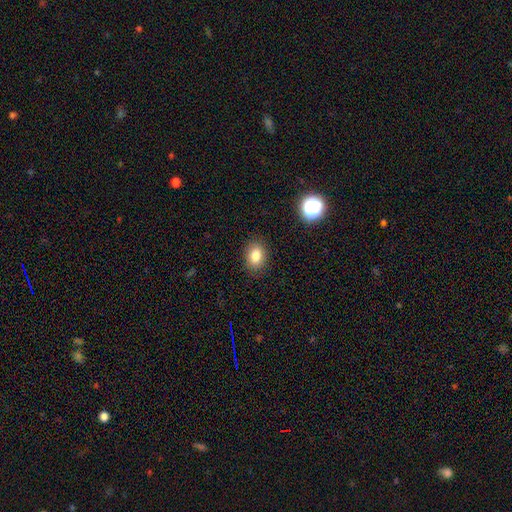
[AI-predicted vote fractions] Smooth or featured? smooth (82%)
How rounded? in between (64%)
Merging? none (88%)